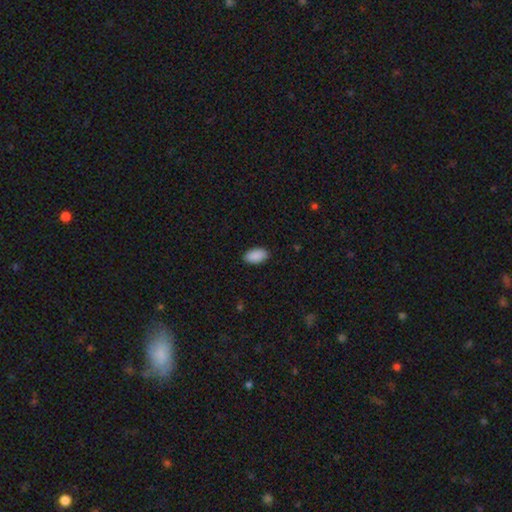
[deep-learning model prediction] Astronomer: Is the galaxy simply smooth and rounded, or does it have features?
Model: smooth — 91%.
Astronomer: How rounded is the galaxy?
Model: in between — 95%.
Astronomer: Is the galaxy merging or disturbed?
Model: none — 89%.